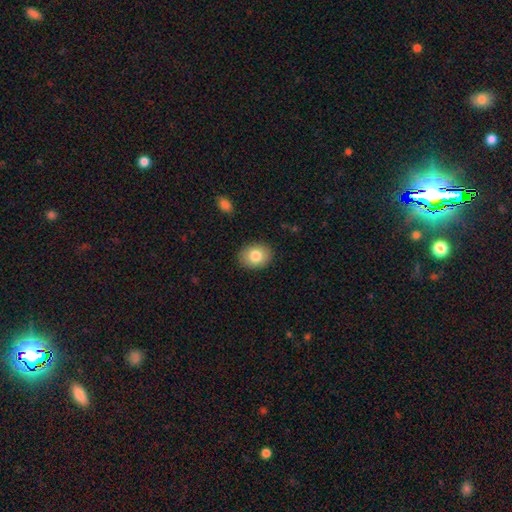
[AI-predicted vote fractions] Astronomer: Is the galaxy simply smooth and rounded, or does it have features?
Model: smooth — 82%.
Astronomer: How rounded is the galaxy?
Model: in between — 59% (runner-up: round, 40%).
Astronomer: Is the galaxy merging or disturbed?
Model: none — 88%.